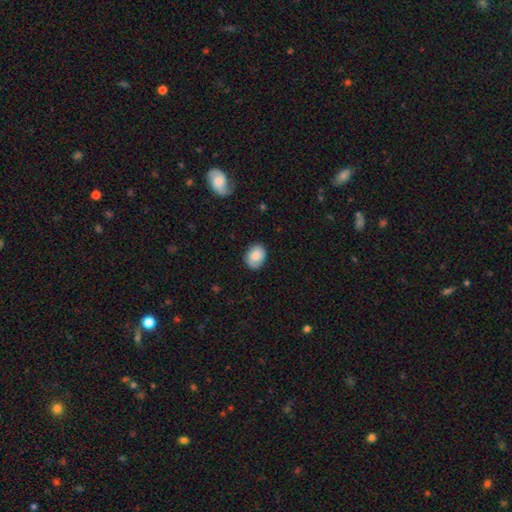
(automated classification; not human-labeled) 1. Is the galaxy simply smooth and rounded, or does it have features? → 79% smooth, 14% featured or disk, 7% star or artifact.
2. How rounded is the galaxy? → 65% in between, 34% round, 1% cigar-shaped.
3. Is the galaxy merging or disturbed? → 80% none, 16% minor disturbance, 3% major disturbance, 1% merger.